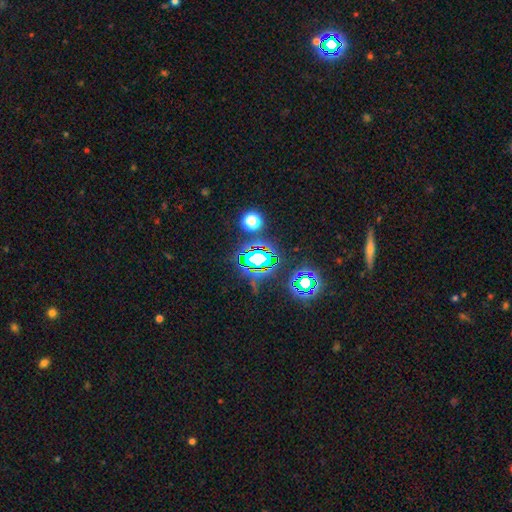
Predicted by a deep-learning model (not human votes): This is likely a star or artifact rather than a galaxy (70%).